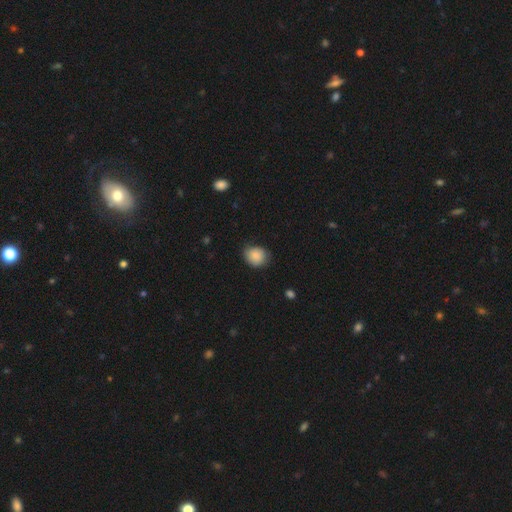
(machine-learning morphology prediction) smooth-or-featured: smooth: 87% | star or artifact: 8% | featured or disk: 6%
  how-rounded: round: 72% | in between: 28% | cigar-shaped: 1%
  merging: none: 71% | minor disturbance: 24% | major disturbance: 4% | merger: 1%